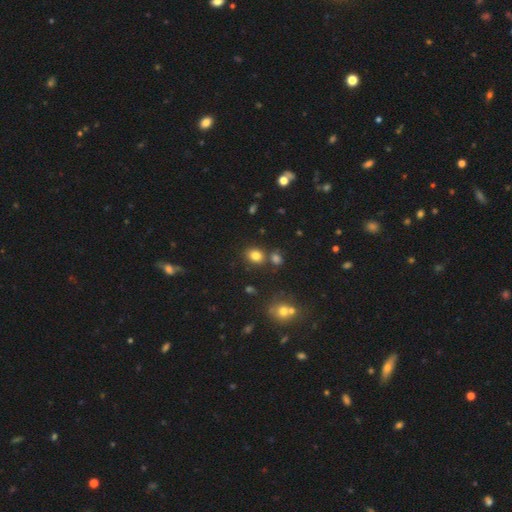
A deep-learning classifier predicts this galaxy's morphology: Smooth or featured?
  - smooth: 79% *
  - star or artifact: 14%
  - featured or disk: 7%
How rounded?
  - round: 53% *
  - in between: 46%
  - cigar-shaped: 1%
Merging?
  - none: 73% *
  - merger: 12%
  - minor disturbance: 11%
  - major disturbance: 3%